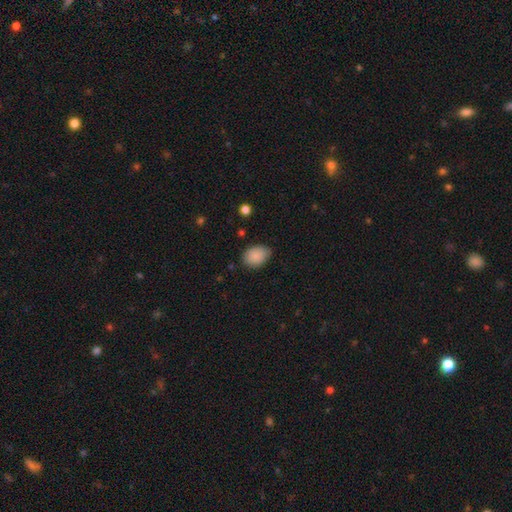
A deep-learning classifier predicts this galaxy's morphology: Overall: smooth (88%). How rounded: in between (76%). Merging: none (74%).